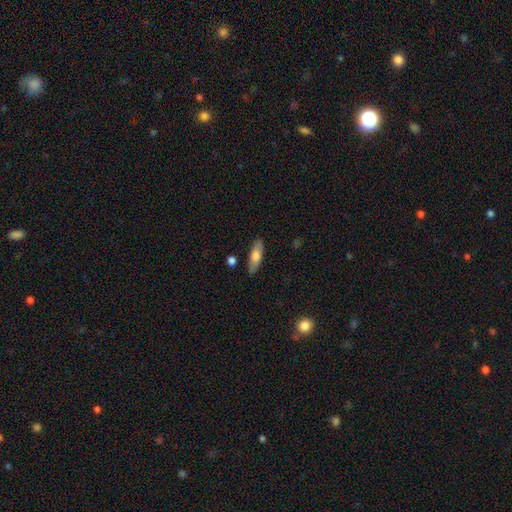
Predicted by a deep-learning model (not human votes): This appears to be a smooth galaxy with no disk features (68%) that is in between round and cigar-shaped (53%). Merging: none (85%).